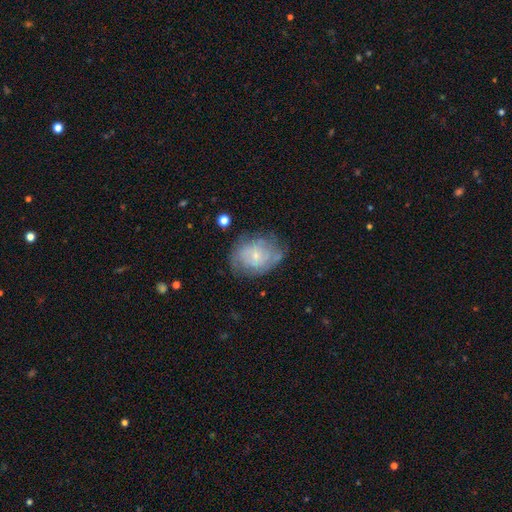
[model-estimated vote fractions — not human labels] A featured or disk galaxy (54%) with no bar (74%), spiral arms (67%) and a small central bulge (72%).

Vote fractions:
- Smooth or featured? featured or disk: 54% / smooth: 38% / star or artifact: 8%
- Edge-on disk? no: 97% / yes: 3%
- Bar? no: 74% / weak: 22% / strong: 4%
- Spiral arms? yes: 67% / no: 33%
- Bulge size? small: 72% / moderate: 21% / none: 5% / large: 2% / dominant: 1%
- Merging? none: 62% / minor disturbance: 24% / major disturbance: 11% / merger: 2%